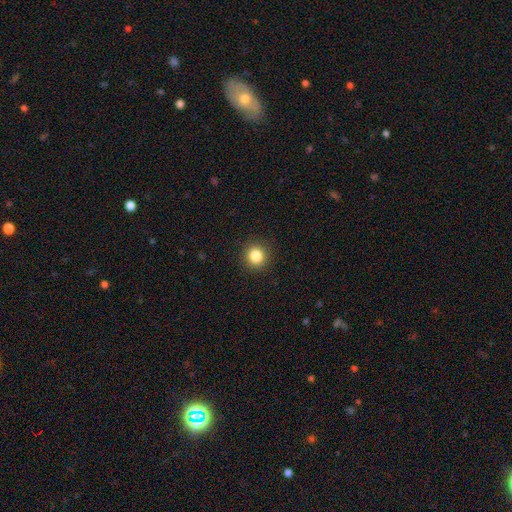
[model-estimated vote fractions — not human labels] smooth-or-featured: smooth: 84% | star or artifact: 11% | featured or disk: 5%
  how-rounded: round: 93% | in between: 6% | cigar-shaped: 1%
  merging: none: 91% | minor disturbance: 6% | major disturbance: 2% | merger: 1%